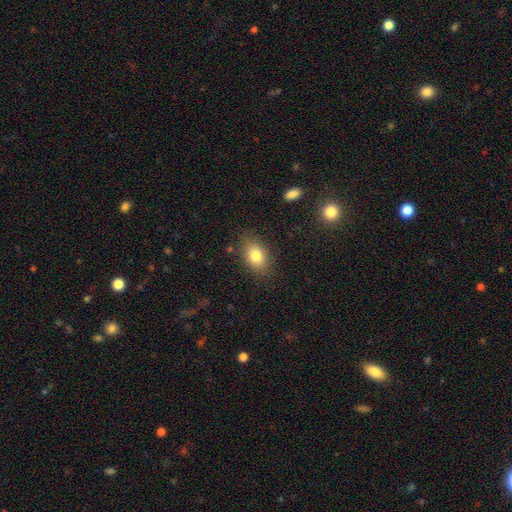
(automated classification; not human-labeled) Smooth or featured: smooth — 80% (featured or disk — 10%)
How rounded: in between — 82% (round — 16%)
Merging: none — 82% (minor disturbance — 13%)